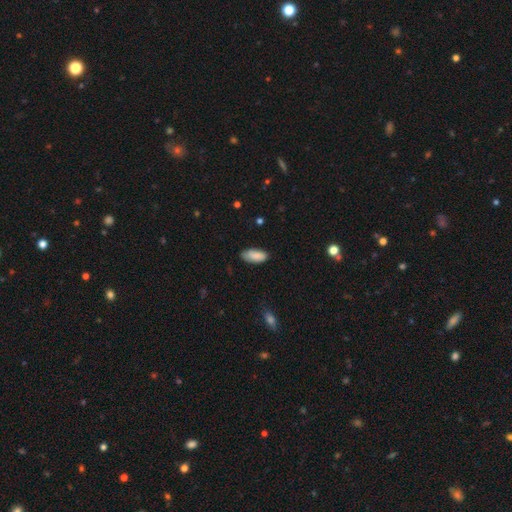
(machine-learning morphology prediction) smooth_or_featured: smooth (p=0.86) [alt: featured or disk p=0.08]
how_rounded: in between (p=0.88) [alt: cigar-shaped p=0.10]
merging: none (p=0.75) [alt: minor disturbance p=0.20]